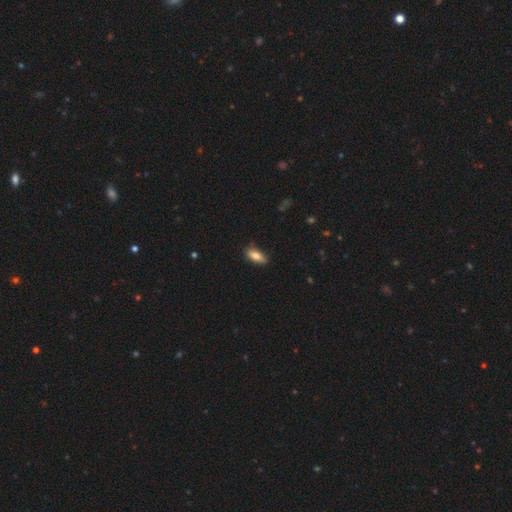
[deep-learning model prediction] This is likely a smooth galaxy (80%). How rounded: likely in between (78%). Merging: likely none (77%).